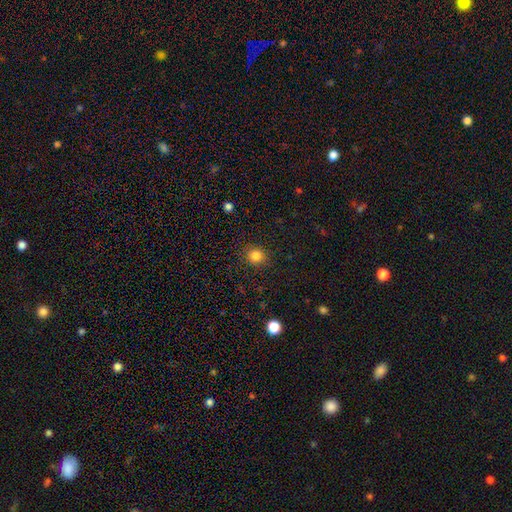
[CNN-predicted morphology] A smooth galaxy with no disk features (84%) that is round (84%).

Vote fractions:
- Smooth or featured? smooth: 84% / star or artifact: 12% / featured or disk: 4%
- How rounded? round: 84% / in between: 16% / cigar-shaped: 1%
- Merging? none: 88% / minor disturbance: 8% / major disturbance: 3% / merger: 1%